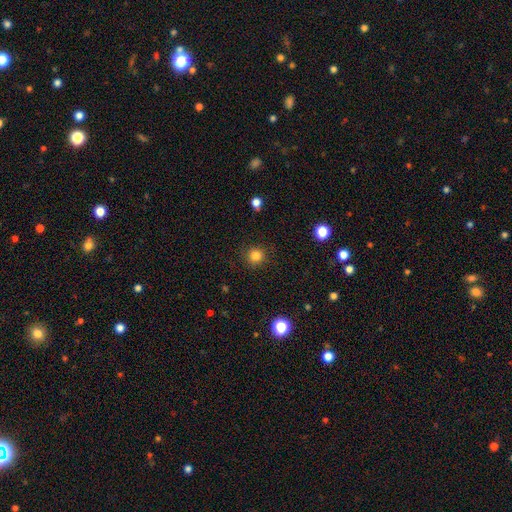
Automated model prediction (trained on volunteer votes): smooth-or-featured: smooth: 83% | star or artifact: 13% | featured or disk: 4%
  how-rounded: round: 93% | in between: 6% | cigar-shaped: 1%
  merging: none: 90% | minor disturbance: 7% | major disturbance: 2% | merger: 1%